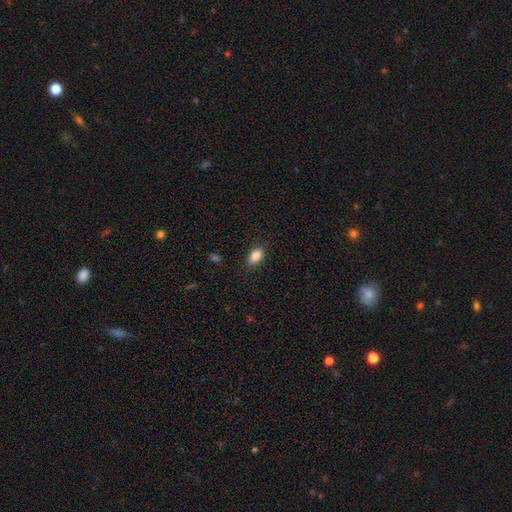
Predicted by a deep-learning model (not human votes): smooth_or_featured: smooth (p=0.86) [alt: star or artifact p=0.08]
how_rounded: in between (p=0.88) [alt: round p=0.08]
merging: none (p=0.86) [alt: minor disturbance p=0.11]